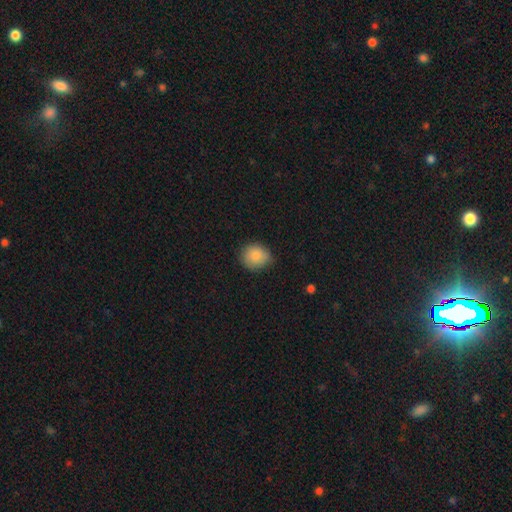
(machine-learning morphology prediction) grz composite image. It shows a smooth galaxy with no disk features (86%) that is round (78%). Merging: none (79%).